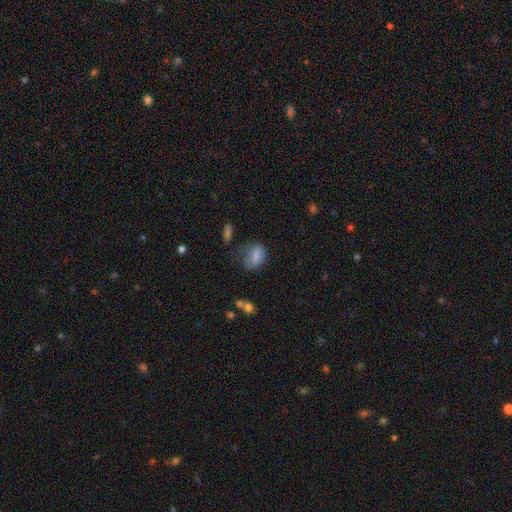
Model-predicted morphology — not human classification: smooth_or_featured: smooth (p=0.77) [alt: featured or disk p=0.13]
how_rounded: in between (p=0.75) [alt: round p=0.22]
merging: none (p=0.43) [alt: minor disturbance p=0.32]